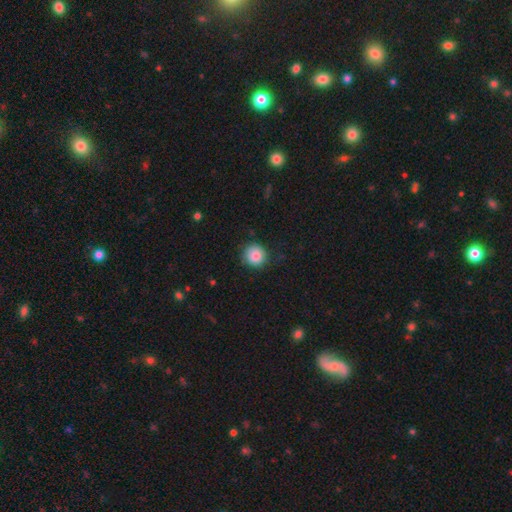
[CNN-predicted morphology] smooth 86%, star or artifact 9%, featured or disk 5%. Down the decision tree: how rounded — round (92%); merging — none (83%).